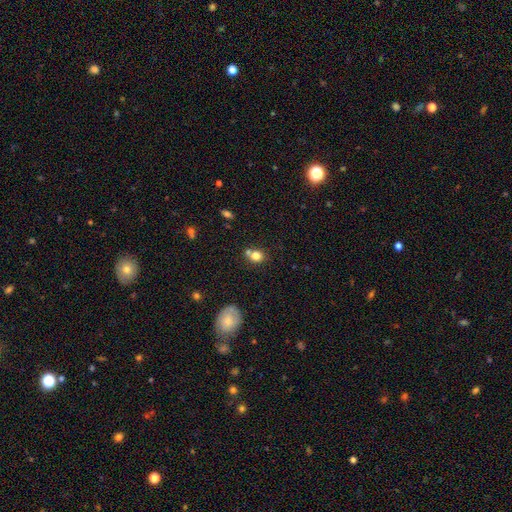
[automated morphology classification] type=smooth (78%); roundness=round (69%); merging=none (53%).